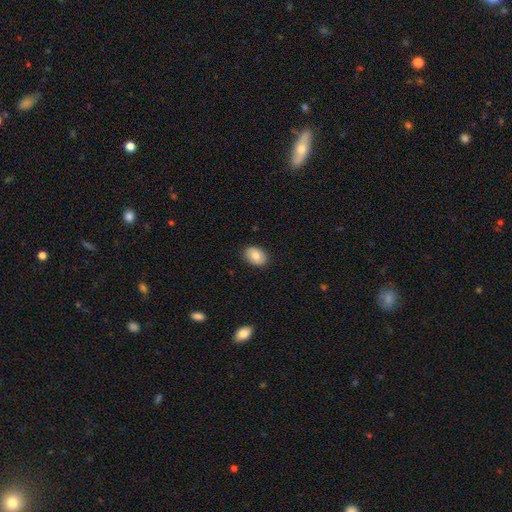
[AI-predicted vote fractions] This is likely a smooth galaxy (77%). How rounded: likely in between (77%). Merging: clearly none (88%).